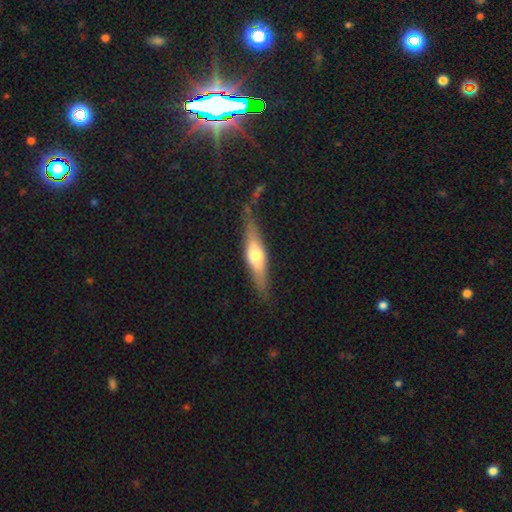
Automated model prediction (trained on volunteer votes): Morphology: type=featured or disk (50%); edge-on=yes (89%); merging=none (78%).